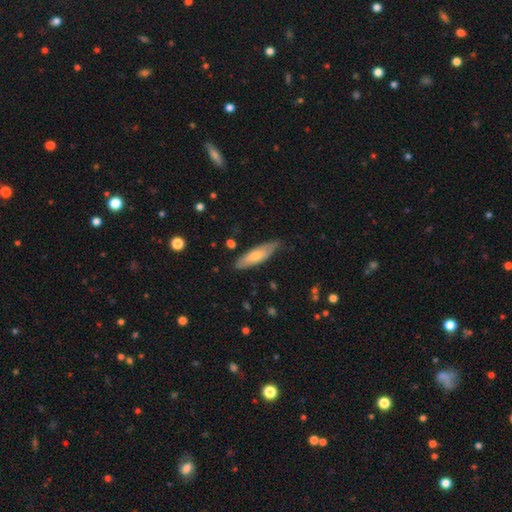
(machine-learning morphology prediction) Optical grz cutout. It shows a smooth galaxy with no disk features (68%) that is cigar-shaped (52%). Merging: none (76%).